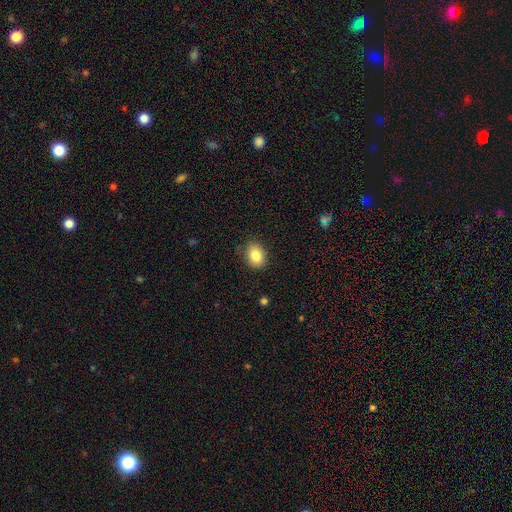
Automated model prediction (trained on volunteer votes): This is clearly a smooth galaxy (84%). How rounded: likely in between (61%). Merging: clearly none (84%).